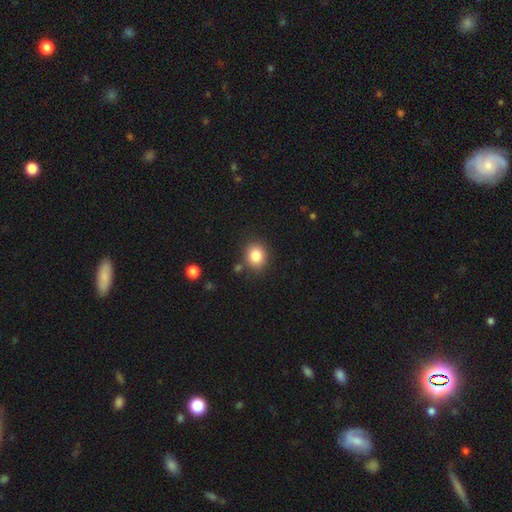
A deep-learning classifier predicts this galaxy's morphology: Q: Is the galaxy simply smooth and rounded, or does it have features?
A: smooth — 84%.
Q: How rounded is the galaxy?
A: round — 72%.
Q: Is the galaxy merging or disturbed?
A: none — 83%.